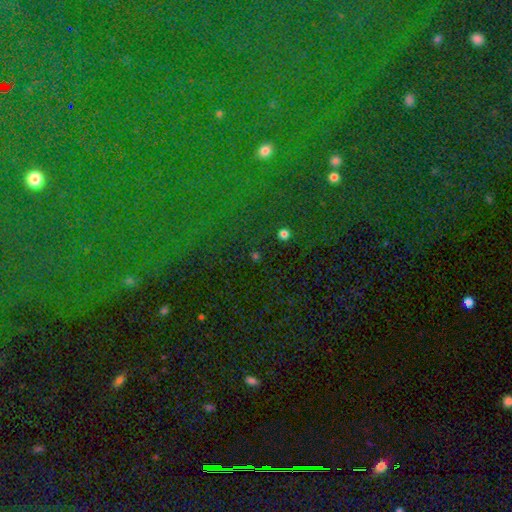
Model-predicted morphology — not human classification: This appears to be a star or artifact, not a galaxy (63%).